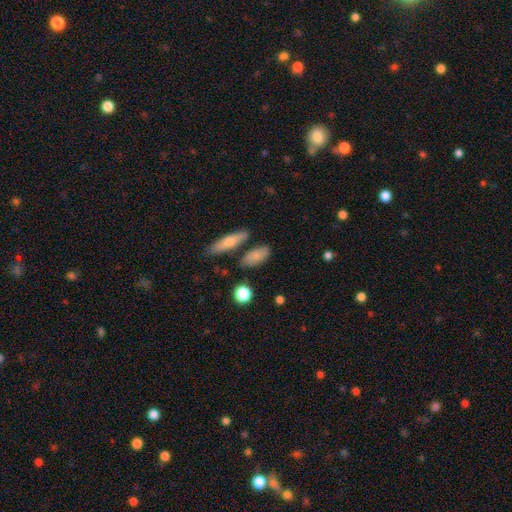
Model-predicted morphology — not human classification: Smooth or featured? Predicted: smooth (p=0.75). How rounded? Predicted: in between (p=0.79). Merging? Predicted: none (p=0.71).